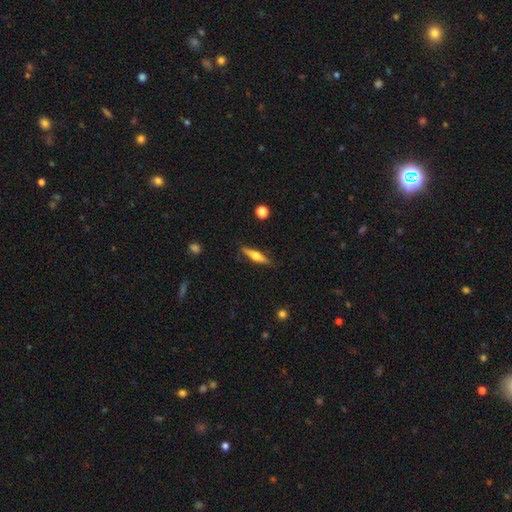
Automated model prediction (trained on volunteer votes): smooth-or-featured: featured or disk: 59% | smooth: 35% | star or artifact: 6%
  disk-edge-on: yes: 96% | no: 4%
    edge-on-bulge: rounded: 90% | boxy: 6% | none: 4%
  merging: none: 86% | minor disturbance: 10% | major disturbance: 2% | merger: 2%